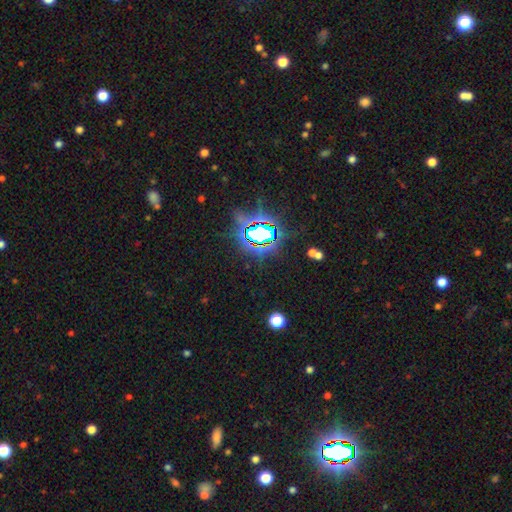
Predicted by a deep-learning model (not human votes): Smooth or featured? Predicted: star or artifact (p=0.84).